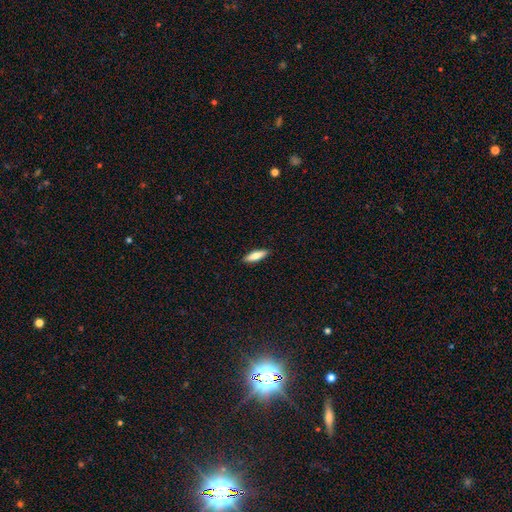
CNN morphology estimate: smooth 74%, featured or disk 20%, star or artifact 6%. Down the decision tree: how rounded — cigar-shaped (62%); merging — none (90%).